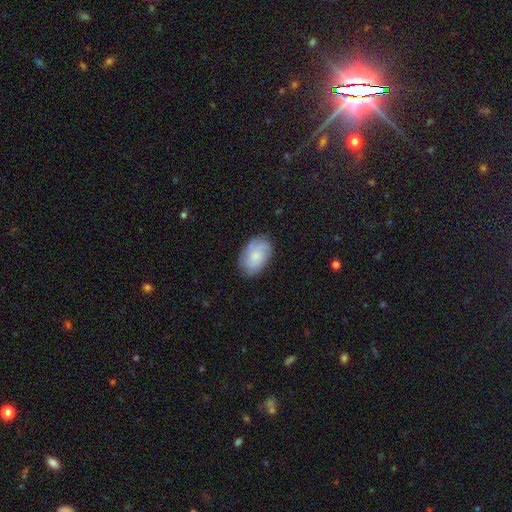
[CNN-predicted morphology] A smooth galaxy with no disk features (62%) that is in between round and cigar-shaped (89%). Merging: none (76%).